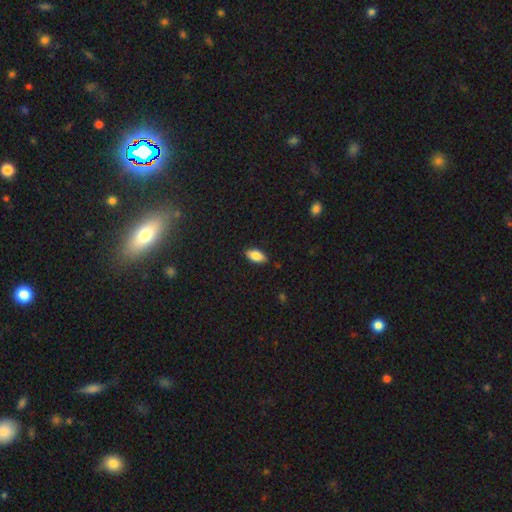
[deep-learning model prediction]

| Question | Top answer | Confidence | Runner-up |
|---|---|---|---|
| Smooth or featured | smooth | 83% | featured or disk (10%) |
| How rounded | in between | 90% | cigar-shaped (7%) |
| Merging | none | 87% | minor disturbance (10%) |